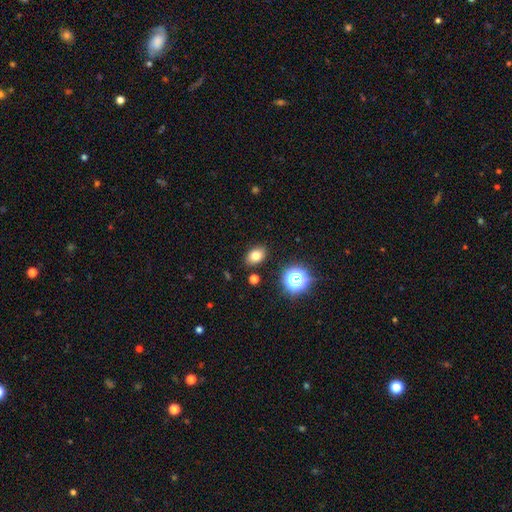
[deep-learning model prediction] This is likely a smooth galaxy (77%). How rounded: likely in between (77%). Merging: clearly none (87%).